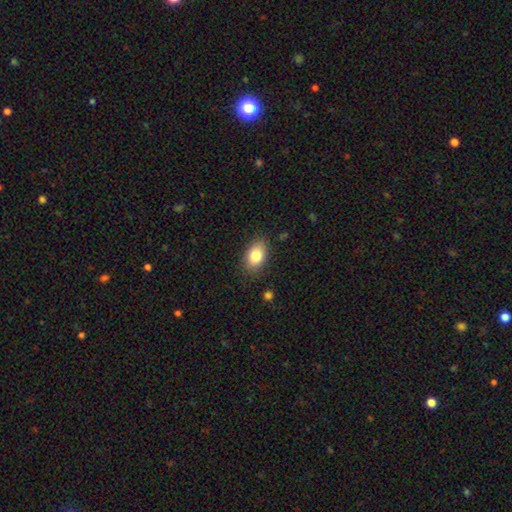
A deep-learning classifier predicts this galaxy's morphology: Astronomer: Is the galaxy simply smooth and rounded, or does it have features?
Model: smooth — 83%.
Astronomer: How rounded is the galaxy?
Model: in between — 86%.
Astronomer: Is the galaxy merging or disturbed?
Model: none — 84%.